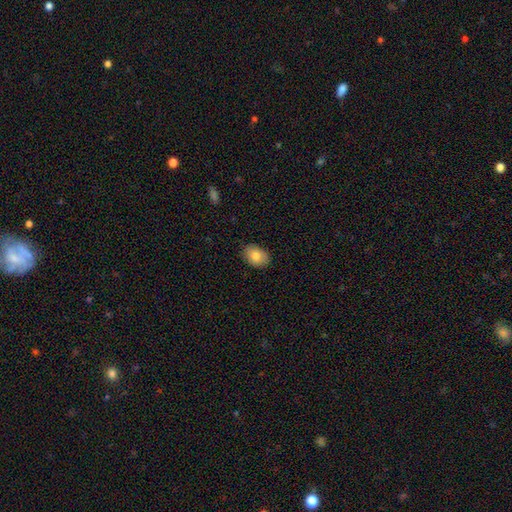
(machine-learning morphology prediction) Smooth or featured? smooth (82%)
How rounded? in between (82%)
Merging? none (84%)